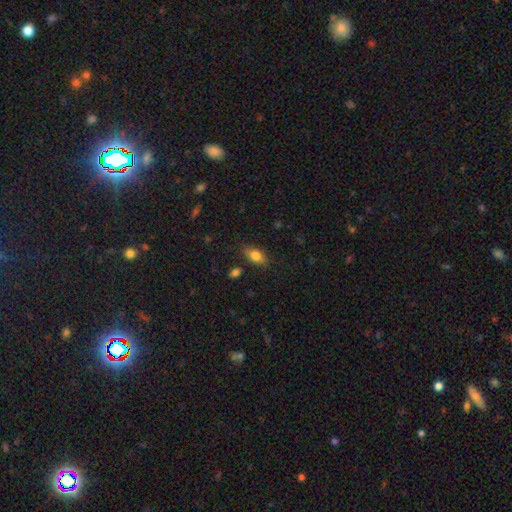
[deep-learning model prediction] This is likely a smooth galaxy (76%). How rounded: clearly in between (84%). Merging: clearly none (81%).